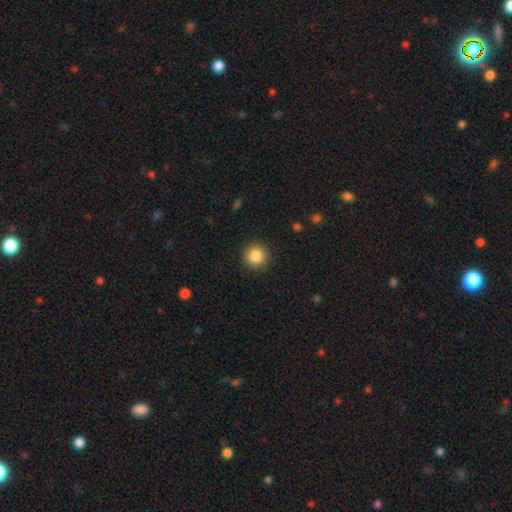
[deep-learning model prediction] smooth_or_featured: smooth (p=0.86) [alt: star or artifact p=0.10]
how_rounded: round (p=0.95) [alt: in between p=0.05]
merging: none (p=0.91) [alt: minor disturbance p=0.06]